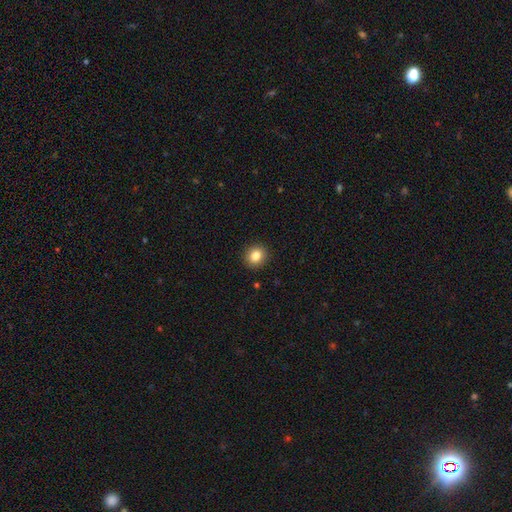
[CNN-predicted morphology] Smooth or featured? Predicted: smooth (p=0.84). How rounded? Predicted: round (p=0.74). Merging? Predicted: none (p=0.91).